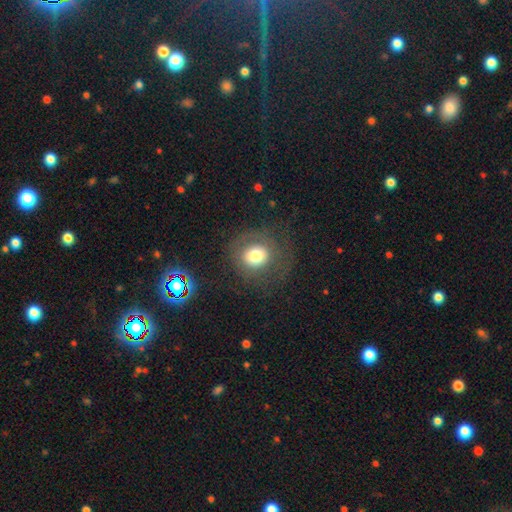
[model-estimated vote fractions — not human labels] Morphology: type=smooth (68%); roundness=round (86%); merging=none (70%).